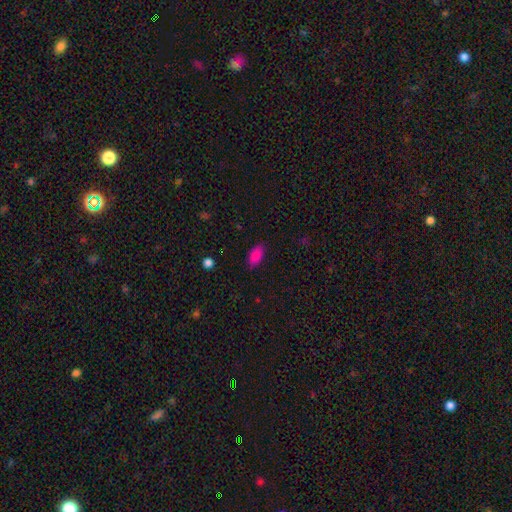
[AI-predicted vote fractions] The model was most divided on "merging": none: 85%, minor disturbance: 11%, major disturbance: 3%, merger: 1%. More confident: how rounded — in between (92%); smooth or featured — smooth (85%).